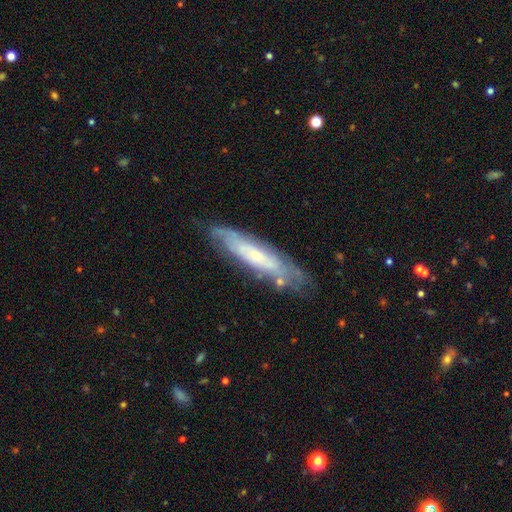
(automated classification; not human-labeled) smooth_or_featured: featured or disk (p=0.62) [alt: smooth p=0.31]
disk_edge_on: no (p=0.57) [alt: yes p=0.43]
merging: none (p=0.71) [alt: minor disturbance p=0.19]